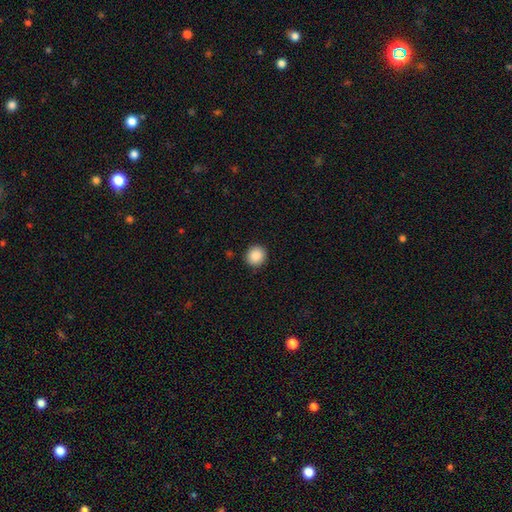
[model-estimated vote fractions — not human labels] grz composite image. It shows a smooth galaxy with no disk features (88%) that is round (91%). Merging: none (91%).